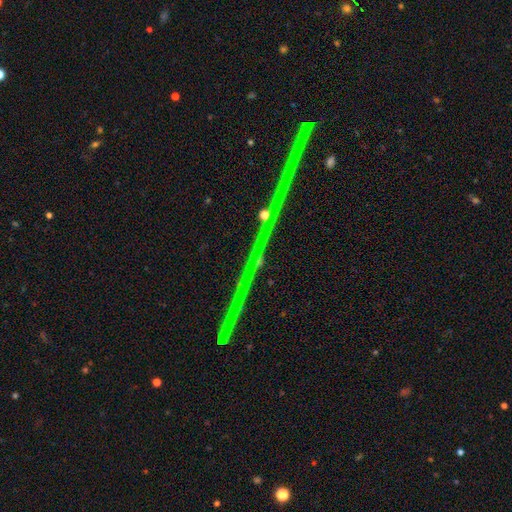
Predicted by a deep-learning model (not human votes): Overall: star or artifact (77%).